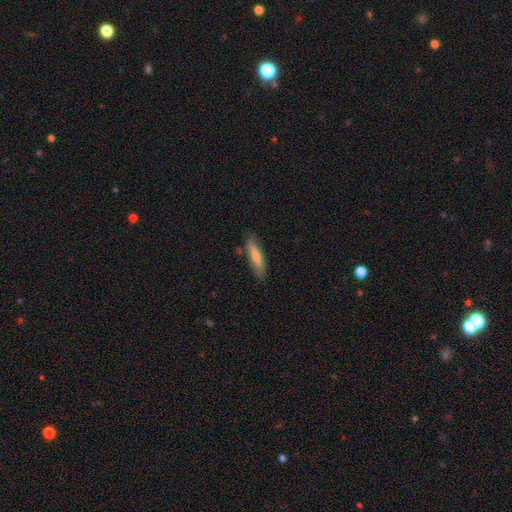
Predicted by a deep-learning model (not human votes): Overall: smooth (50%; featured or disk 41%). How rounded: cigar-shaped (85%). Merging: none (84%).